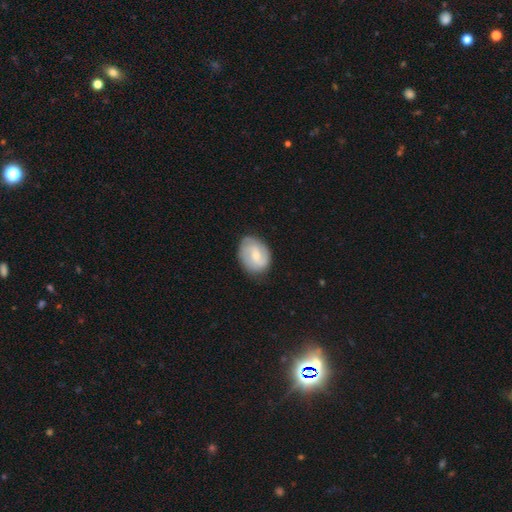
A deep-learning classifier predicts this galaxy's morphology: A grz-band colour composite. It shows a featured or disk galaxy (62%) with a weak bar (51%), 2 (63%) medium (44%) spiral arms (91%) and a small central bulge (57%). Merging: none (80%).